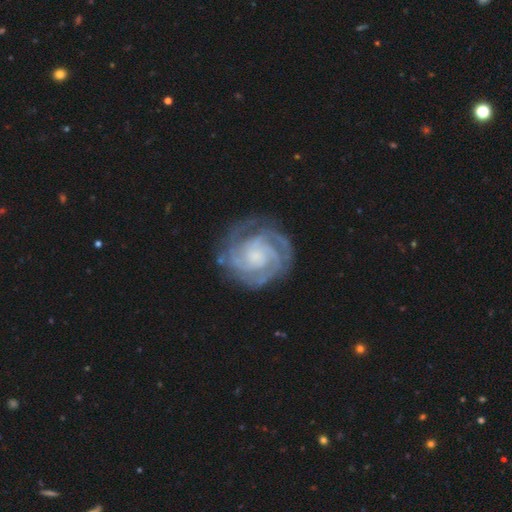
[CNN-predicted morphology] type=featured or disk (89%); edge-on=no (98%); bar=no (66%); spiral arms=yes (98%); winding=tight (75%); arm count=3 (33%); bulge=small (52%); merging=none (77%).